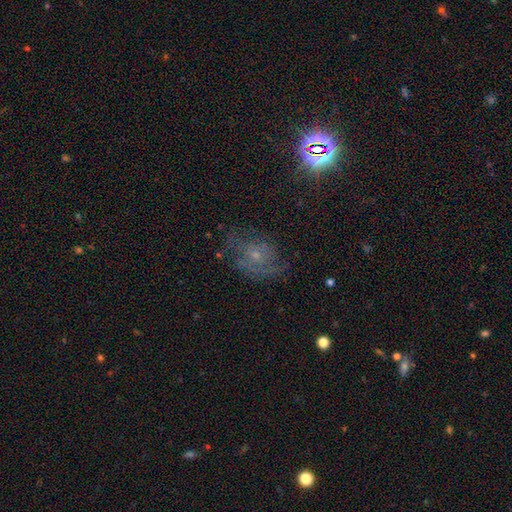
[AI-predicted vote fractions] This appears to be a featured or disk galaxy (53%) with no bar (81%), spiral arms (68%) and a small central bulge (68%). Merging: none (54%).